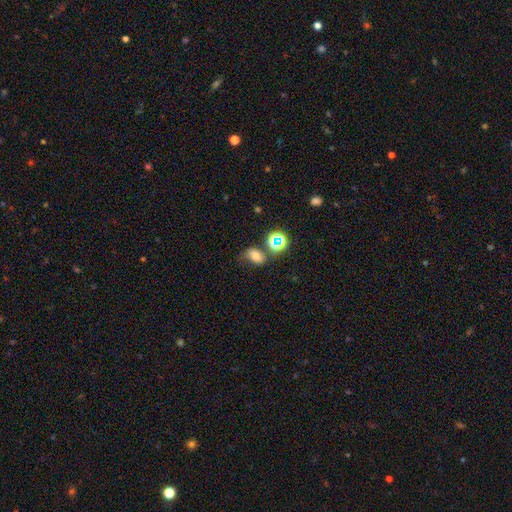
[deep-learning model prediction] smooth_or_featured: smooth (p=0.65) [alt: star or artifact p=0.21]
how_rounded: in between (p=0.76) [alt: round p=0.22]
merging: none (p=0.51) [alt: minor disturbance p=0.24]